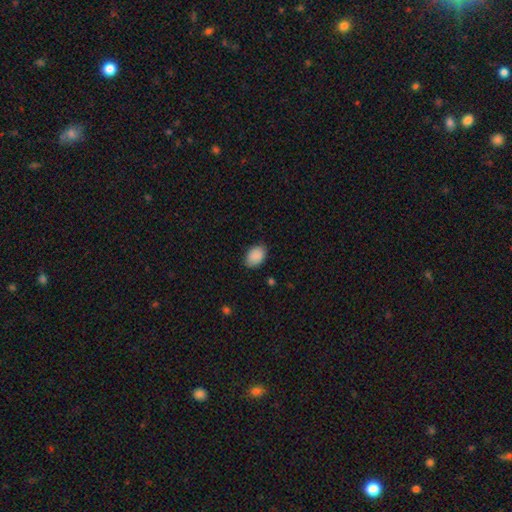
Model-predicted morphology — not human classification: Smooth or featured? Predicted: smooth (p=0.90). How rounded? Predicted: in between (p=0.86). Merging? Predicted: none (p=0.85).